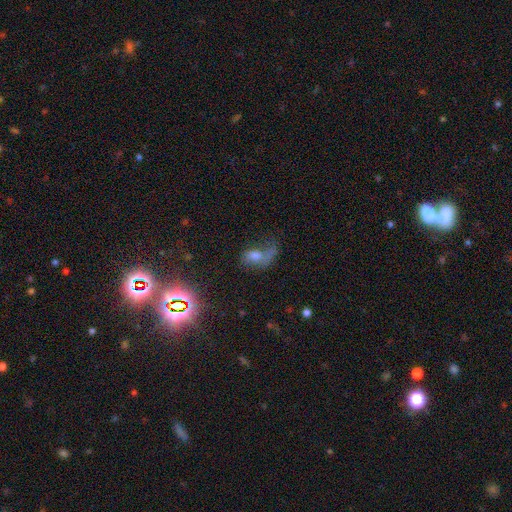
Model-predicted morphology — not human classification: Q: Smooth or featured?
A: smooth (43%); runner-up: featured or disk (30%)
Q: Merging?
A: major disturbance (41%); runner-up: none (26%)